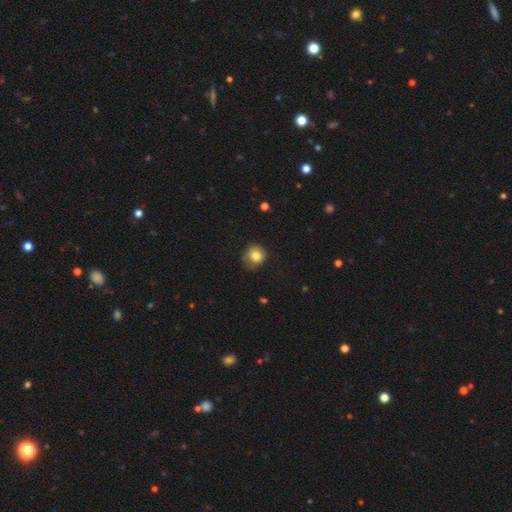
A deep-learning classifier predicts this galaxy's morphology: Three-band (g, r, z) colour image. It shows a smooth galaxy with no disk features (82%) that is round (85%). Merging: none (64%).